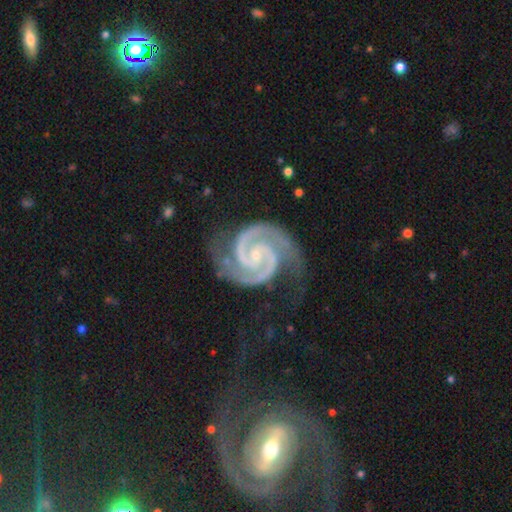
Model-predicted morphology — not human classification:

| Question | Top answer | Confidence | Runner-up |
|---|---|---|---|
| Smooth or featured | featured or disk | 95% | star or artifact (4%) |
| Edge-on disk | no | 99% | yes (1%) |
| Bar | no | 61% | weak (28%) |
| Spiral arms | yes | 99% | no (1%) |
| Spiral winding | tight | 54% | medium (42%) |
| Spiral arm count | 2 | 93% | 3 (2%) |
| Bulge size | small | 79% | moderate (16%) |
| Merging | none | 70% | minor disturbance (20%) |